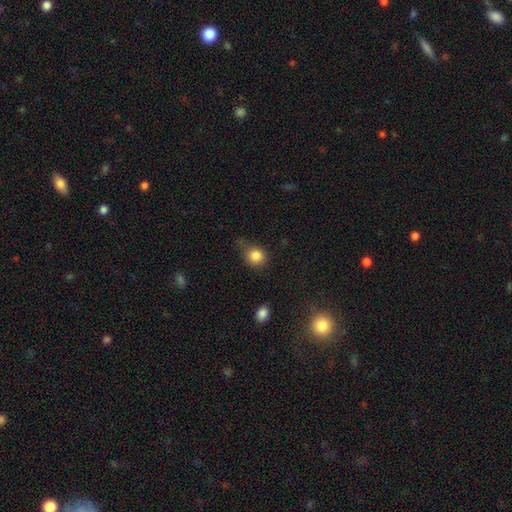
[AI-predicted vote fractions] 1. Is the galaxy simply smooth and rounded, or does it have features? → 84% smooth, 11% star or artifact, 5% featured or disk.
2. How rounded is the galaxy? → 83% round, 16% in between, 1% cigar-shaped.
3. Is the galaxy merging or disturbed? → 61% none, 28% minor disturbance, 8% major disturbance, 3% merger.